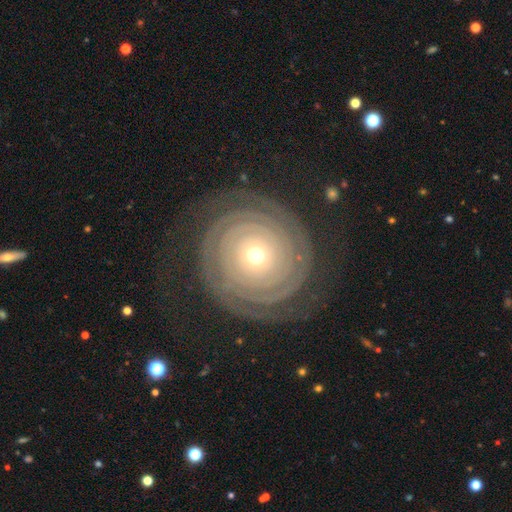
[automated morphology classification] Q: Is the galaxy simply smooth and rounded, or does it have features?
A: featured or disk — 88%.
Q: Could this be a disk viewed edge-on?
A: no — 97%.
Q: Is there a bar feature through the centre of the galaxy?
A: no — 83%.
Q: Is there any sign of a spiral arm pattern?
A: yes — 97%.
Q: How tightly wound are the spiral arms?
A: tight — 92%.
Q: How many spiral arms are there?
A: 2 — 48%.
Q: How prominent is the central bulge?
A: small — 48%, tied with moderate.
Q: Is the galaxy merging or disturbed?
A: none — 84%.